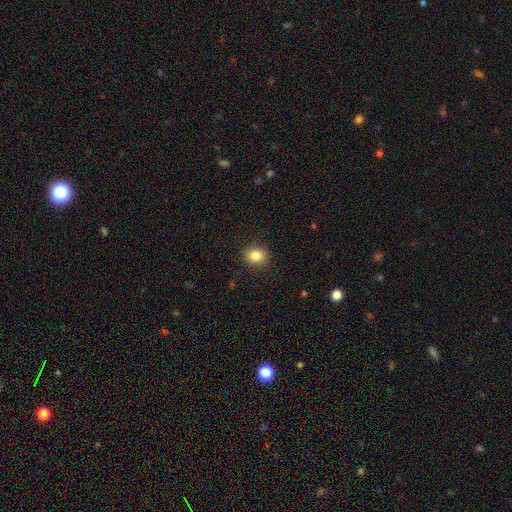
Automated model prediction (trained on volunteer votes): Smooth or featured? smooth (84%)
How rounded? round (75%)
Merging? none (90%)